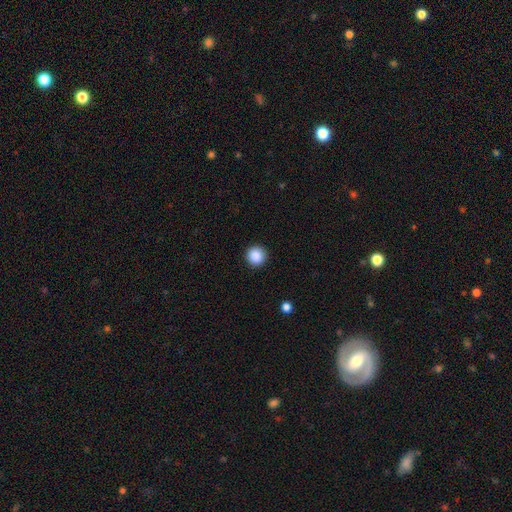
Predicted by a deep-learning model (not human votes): Smooth or featured: smooth — 88% (star or artifact — 9%)
How rounded: round — 95% (in between — 4%)
Merging: none — 93% (minor disturbance — 5%)